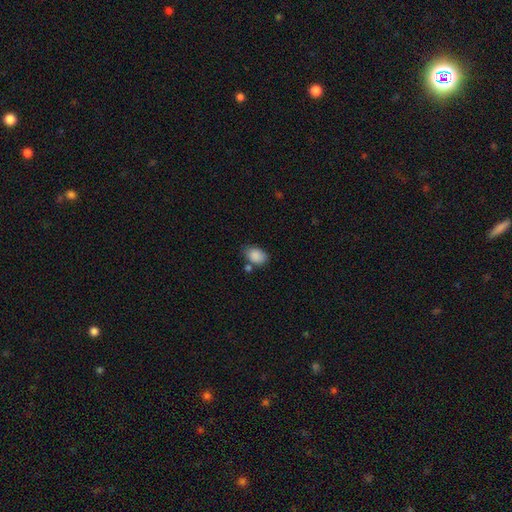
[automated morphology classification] This appears to be a smooth galaxy with no disk features (87%) that is in between round and cigar-shaped (80%). Merging: none (62%).